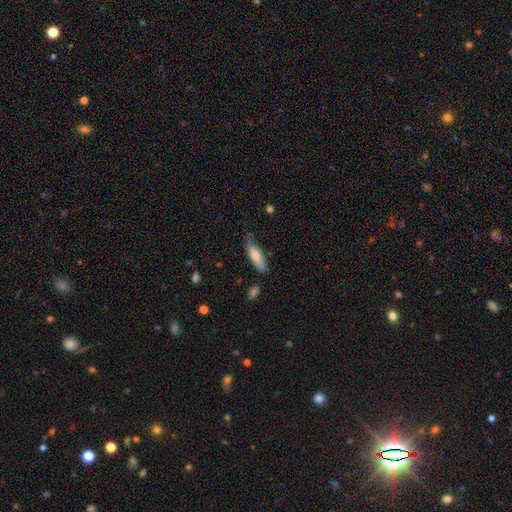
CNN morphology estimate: A smooth galaxy with no disk features (76%) that is in between round and cigar-shaped (51%). Merging: none (67%).